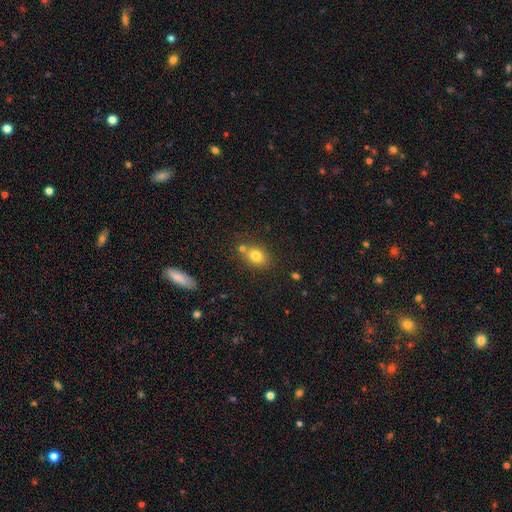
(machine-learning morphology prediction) A smooth galaxy with no disk features (79%) that is in between round and cigar-shaped (60%). Merging: none (68%).